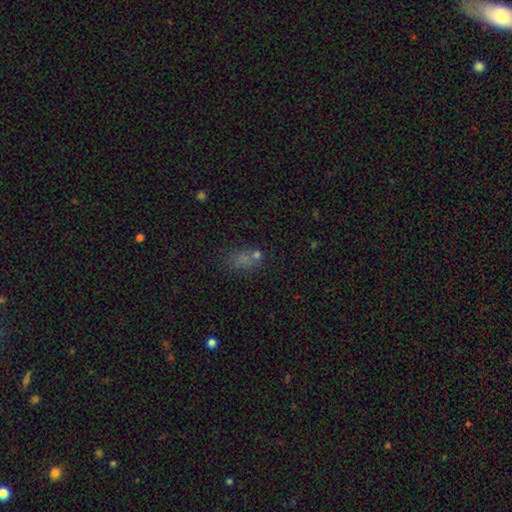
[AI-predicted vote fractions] smooth_or_featured: smooth (p=0.59) [alt: star or artifact p=0.28]
how_rounded: in between (p=0.69) [alt: round p=0.27]
merging: none (p=0.54) [alt: merger p=0.20]